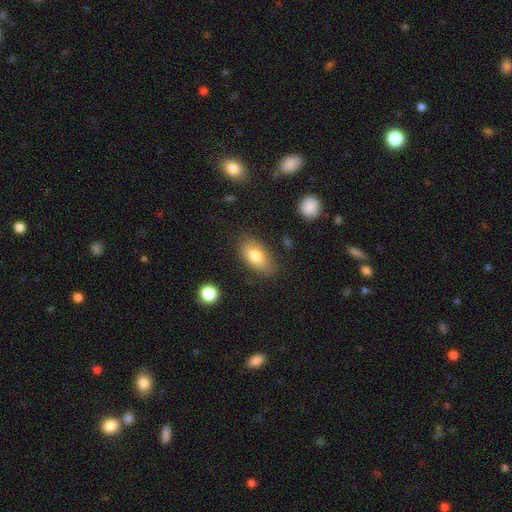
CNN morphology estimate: Smooth or featured?
  - smooth: 79% *
  - featured or disk: 14%
  - star or artifact: 7%
How rounded?
  - in between: 91% *
  - cigar-shaped: 5%
  - round: 5%
Merging?
  - none: 78% *
  - minor disturbance: 16%
  - major disturbance: 4%
  - merger: 2%